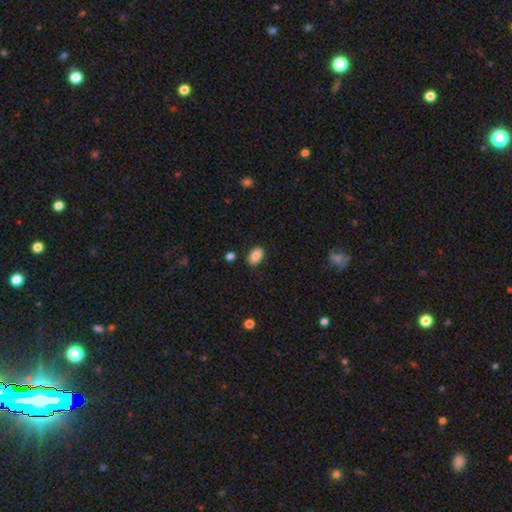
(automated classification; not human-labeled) A smooth galaxy with no disk features (85%) that is in between round and cigar-shaped (89%). Merging: none (84%).